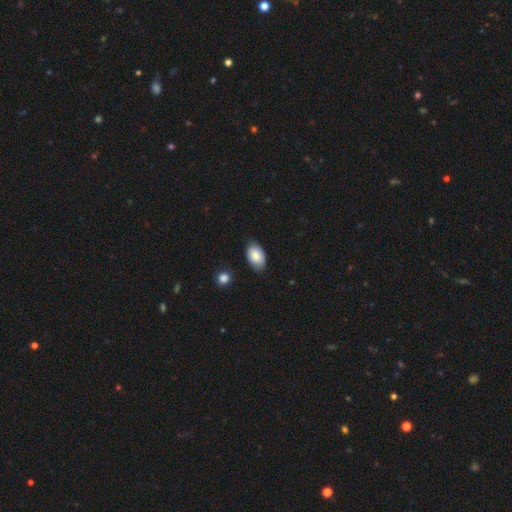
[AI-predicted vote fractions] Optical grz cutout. It shows a smooth galaxy with no disk features (82%) that is in between round and cigar-shaped (92%). Merging: none (82%).